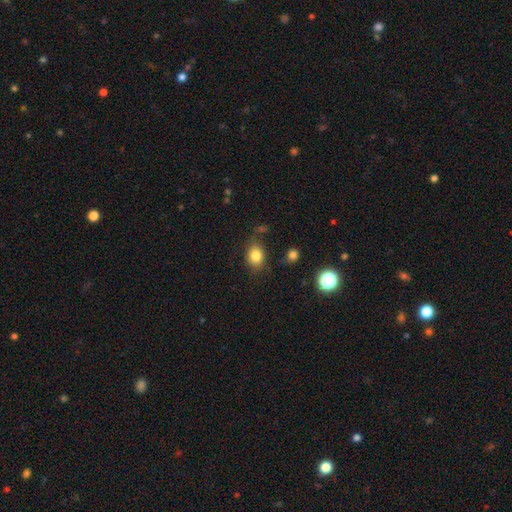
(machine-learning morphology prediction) smooth 82%, star or artifact 10%, featured or disk 7%. Down the decision tree: how rounded — in between (55%); merging — none (71%).